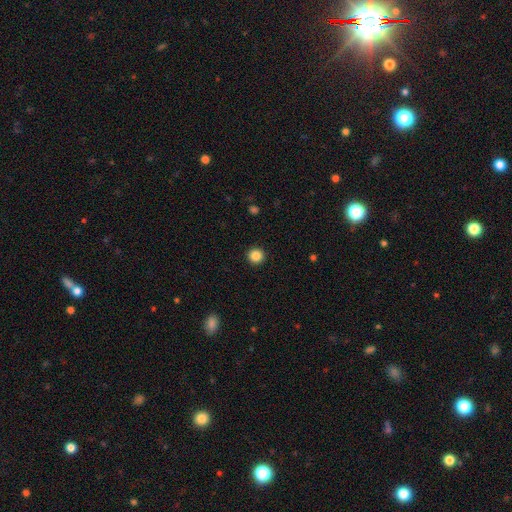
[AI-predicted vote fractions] Overall: smooth (87%). How rounded: round (95%). Merging: none (93%).